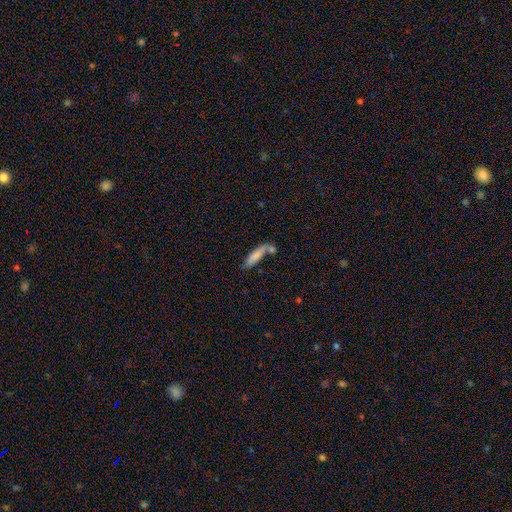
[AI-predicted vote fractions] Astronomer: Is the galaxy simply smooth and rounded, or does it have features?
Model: smooth — 76%.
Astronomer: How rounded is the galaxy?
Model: cigar-shaped — 69%.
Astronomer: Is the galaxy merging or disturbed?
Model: none — 46% (runner-up: merger, 31%).